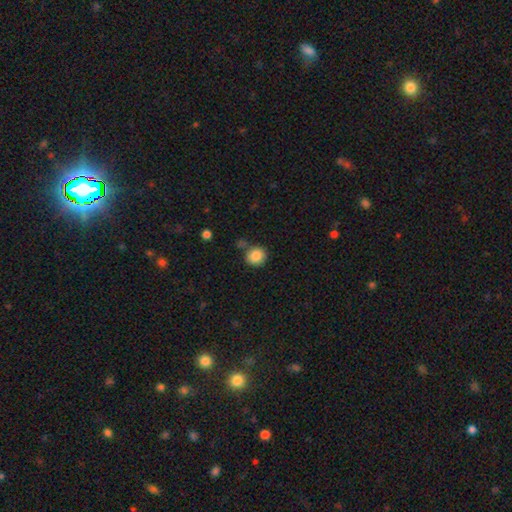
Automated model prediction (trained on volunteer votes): Smooth or featured?
  - smooth: 86% *
  - star or artifact: 9%
  - featured or disk: 5%
How rounded?
  - round: 88% *
  - in between: 11%
  - cigar-shaped: 1%
Merging?
  - none: 71% *
  - minor disturbance: 14%
  - merger: 11%
  - major disturbance: 4%